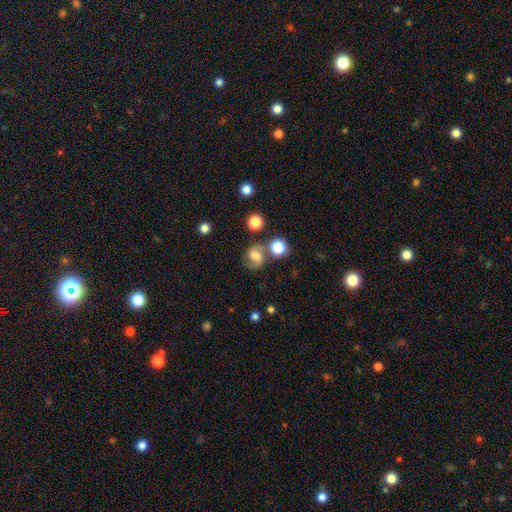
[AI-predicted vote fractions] Q: Smooth or featured?
A: smooth (44%); runner-up: featured or disk (43%)
Q: Merging?
A: none (62%); runner-up: minor disturbance (16%)